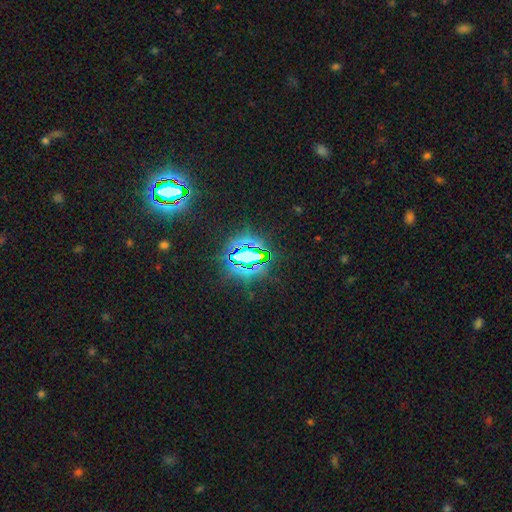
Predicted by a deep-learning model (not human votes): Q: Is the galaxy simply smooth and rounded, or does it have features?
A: star or artifact — 82%.